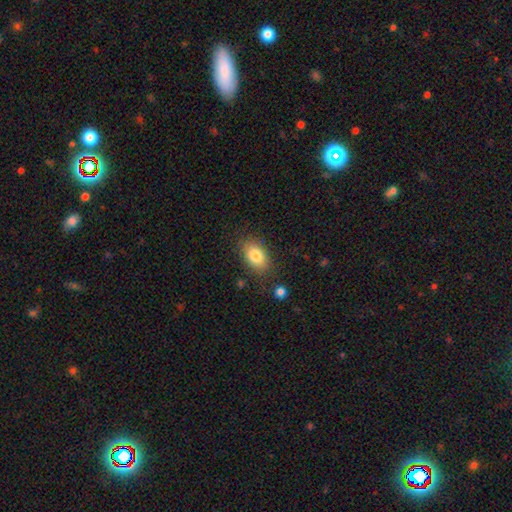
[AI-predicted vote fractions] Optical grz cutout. It shows a smooth galaxy with no disk features (82%) that is in between round and cigar-shaped (89%). Merging: none (81%).